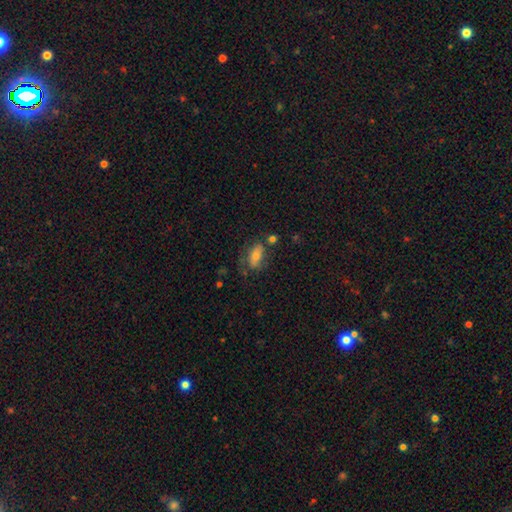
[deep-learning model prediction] A smooth galaxy with no disk features (60%) that is in between round and cigar-shaped (84%). Merging: none (55%).